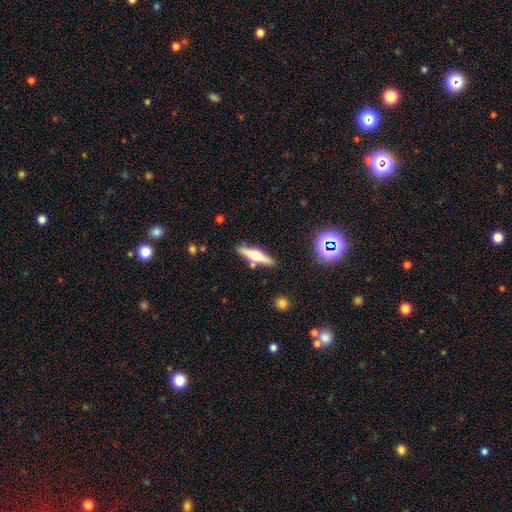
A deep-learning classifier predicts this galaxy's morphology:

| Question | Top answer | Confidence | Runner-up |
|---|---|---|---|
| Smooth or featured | featured or disk | 58% | smooth (34%) |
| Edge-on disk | yes | 95% | no (5%) |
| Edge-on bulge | rounded | 93% | boxy (4%) |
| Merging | none | 83% | minor disturbance (9%) |